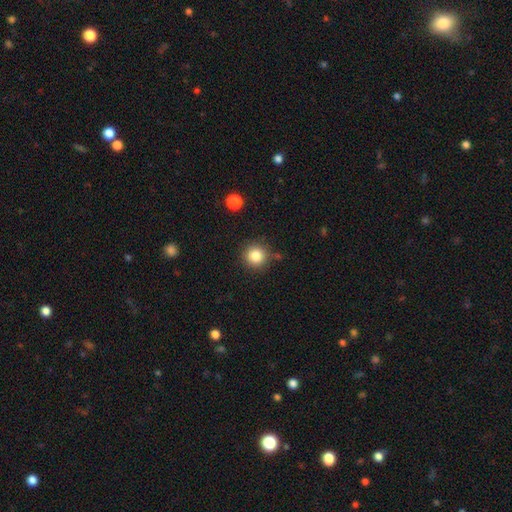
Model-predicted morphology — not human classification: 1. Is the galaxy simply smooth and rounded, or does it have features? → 83% smooth, 11% star or artifact, 6% featured or disk.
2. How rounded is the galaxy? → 94% round, 5% in between, 1% cigar-shaped.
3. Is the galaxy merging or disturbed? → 84% none, 9% minor disturbance, 4% merger, 3% major disturbance.